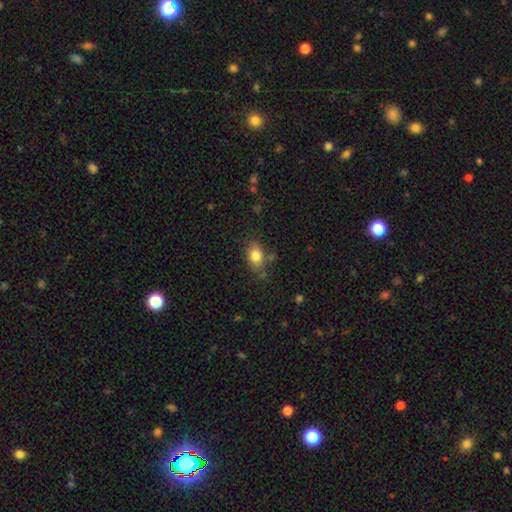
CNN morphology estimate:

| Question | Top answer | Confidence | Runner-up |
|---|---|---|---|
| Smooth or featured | smooth | 83% | star or artifact (9%) |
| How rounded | in between | 78% | round (20%) |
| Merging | none | 75% | minor disturbance (16%) |